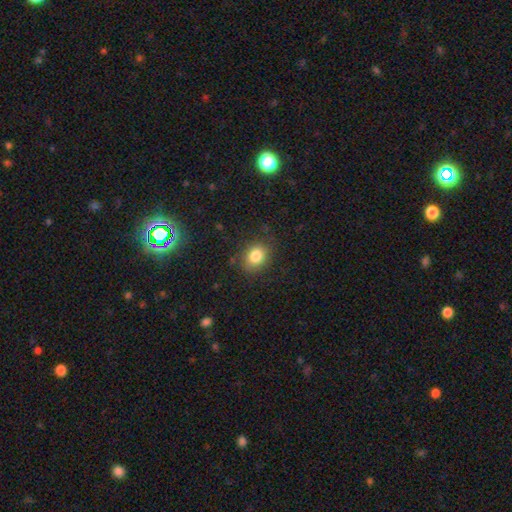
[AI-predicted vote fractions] This appears to be a smooth galaxy with no disk features (83%) that is round (51%). Merging: none (81%).